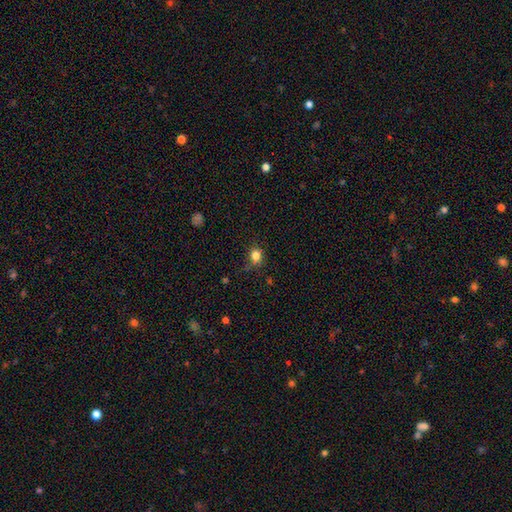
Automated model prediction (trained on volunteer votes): Smooth or featured: smooth — 81% (star or artifact — 13%)
How rounded: round — 66% (in between — 33%)
Merging: none — 69% (minor disturbance — 22%)